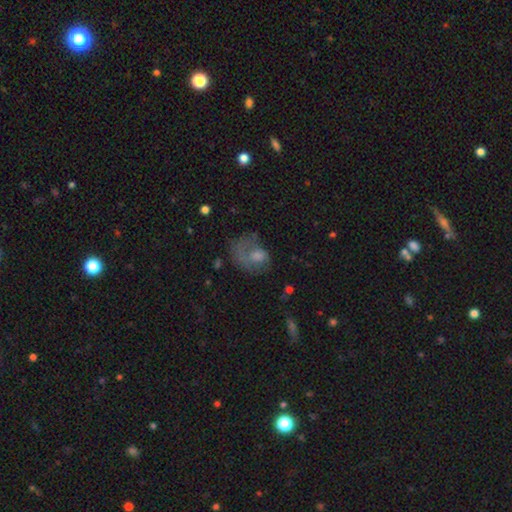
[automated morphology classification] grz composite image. It shows a smooth galaxy with no disk features (47%). Merging: major disturbance (48%).